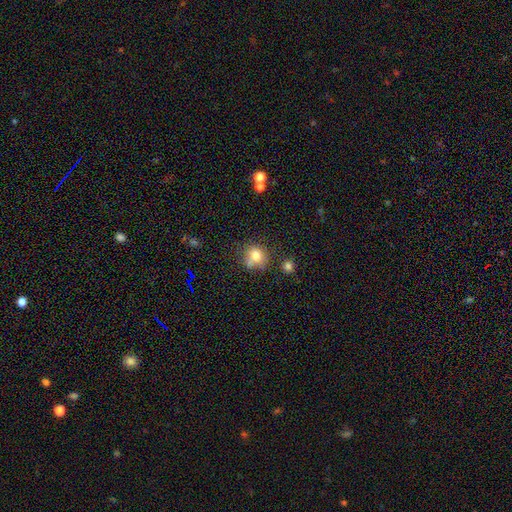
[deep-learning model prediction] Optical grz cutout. It shows a smooth galaxy with no disk features (76%) that is round (78%). Merging: none (57%).